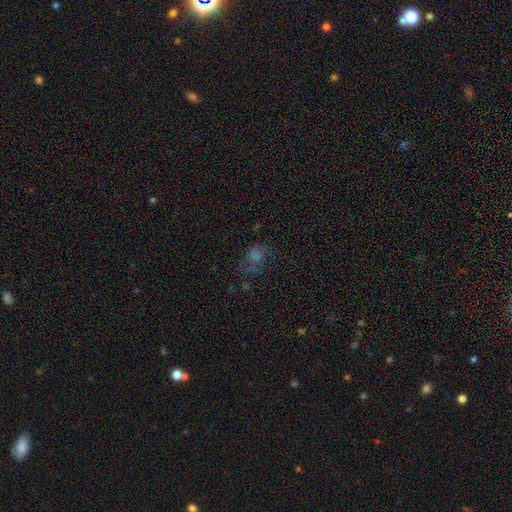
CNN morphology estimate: smooth-or-featured: smooth: 44% | star or artifact: 28% | featured or disk: 28%
  merging: none: 47% | major disturbance: 30% | minor disturbance: 19% | merger: 4%